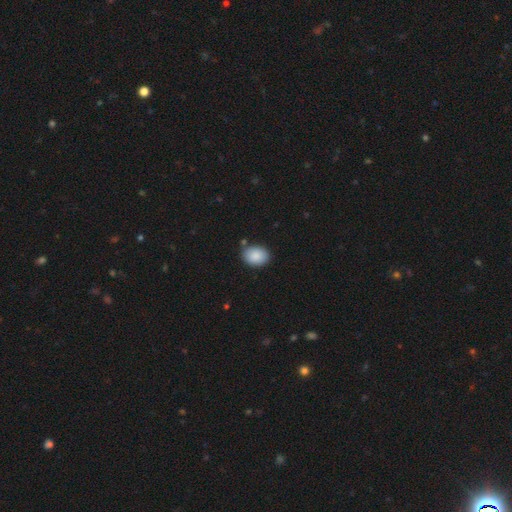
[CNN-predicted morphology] A smooth galaxy with no disk features (89%) that is in between round and cigar-shaped (74%). Merging: none (82%).